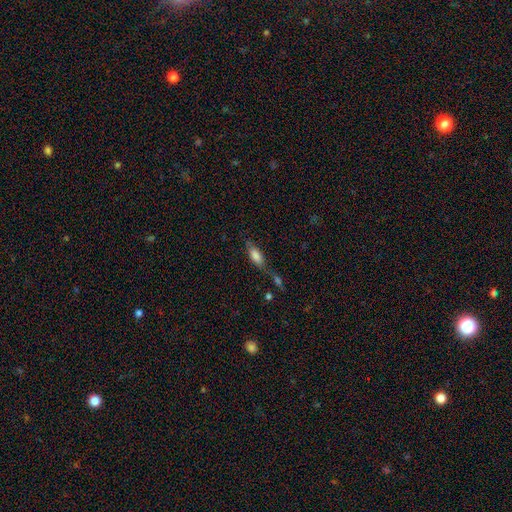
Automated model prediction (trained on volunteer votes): Overall: smooth (77%). How rounded: in between (78%). Merging: none (40%; merger 28%).